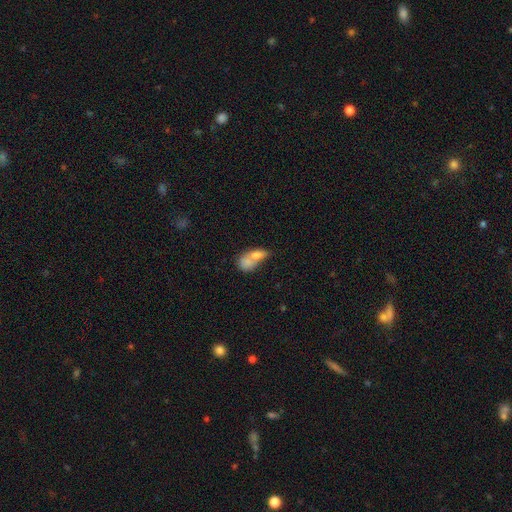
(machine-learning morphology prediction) Smooth or featured? smooth (73%)
How rounded? in between (73%)
Merging? merger (68%)